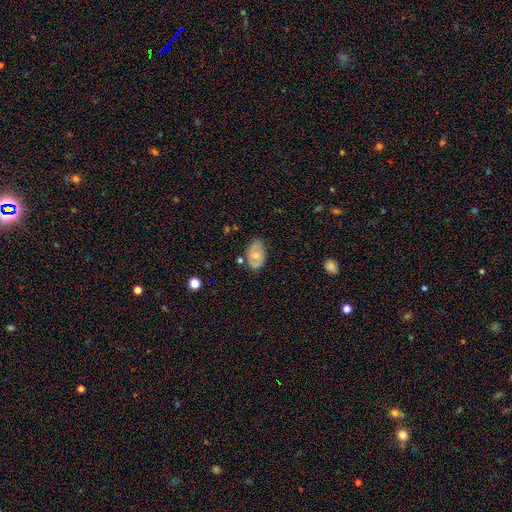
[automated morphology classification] A smooth galaxy with no disk features (52%) that is in between round and cigar-shaped (89%).

Vote fractions:
- Smooth or featured? smooth: 52% / featured or disk: 40% / star or artifact: 8%
- How rounded? in between: 89% / round: 10% / cigar-shaped: 2%
- Merging? none: 60% / minor disturbance: 30% / major disturbance: 7% / merger: 3%